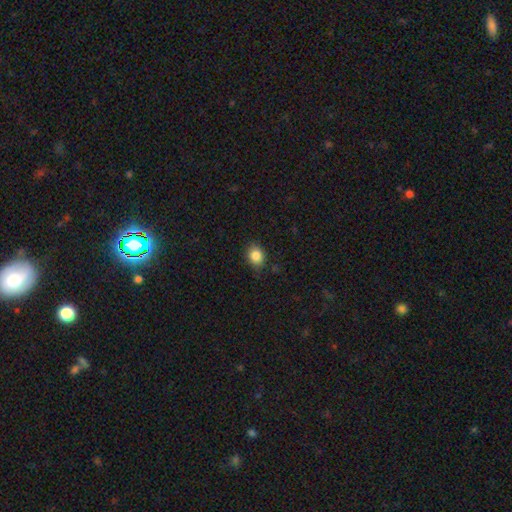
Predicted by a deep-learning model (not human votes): Smooth or featured? smooth (85%)
How rounded? round (54%)
Merging? none (78%)